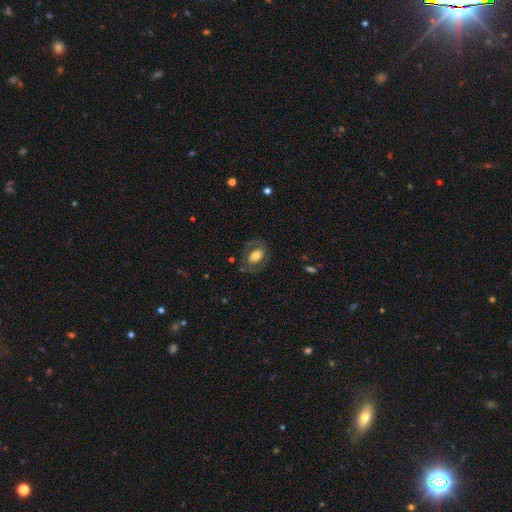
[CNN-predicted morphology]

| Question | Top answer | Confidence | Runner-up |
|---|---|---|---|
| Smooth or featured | smooth | 49% | featured or disk (44%) |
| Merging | none | 70% | minor disturbance (15%) |